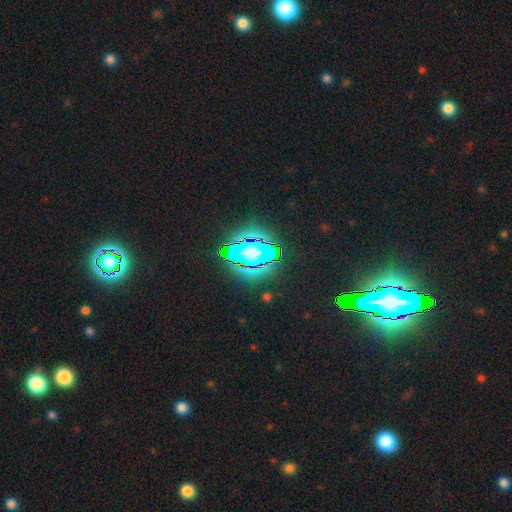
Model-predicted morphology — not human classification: type=star or artifact (77%).